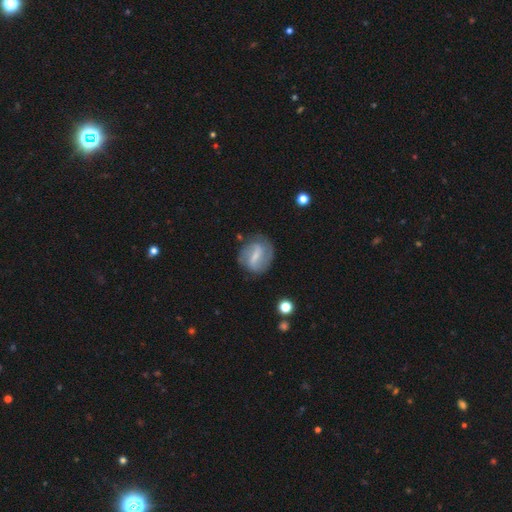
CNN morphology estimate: Smooth or featured? featured or disk (67%)
Edge-on disk? no (95%)
Bar? strong (52%)
Spiral arms? yes (77%)
Bulge size? small (48%)
Merging? none (72%)